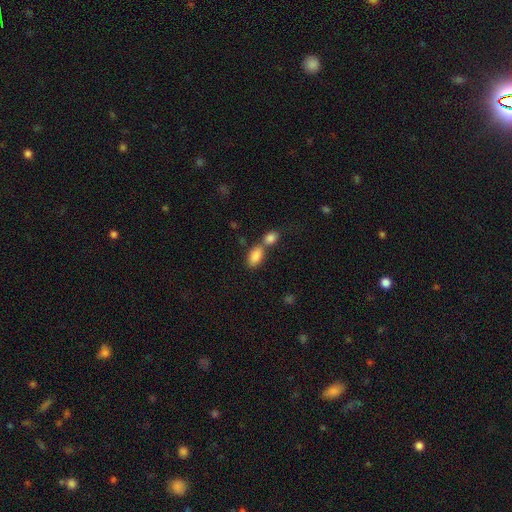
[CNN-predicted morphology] Overall: smooth (87%). How rounded: in between (91%). Merging: merger (52%; none 36%).